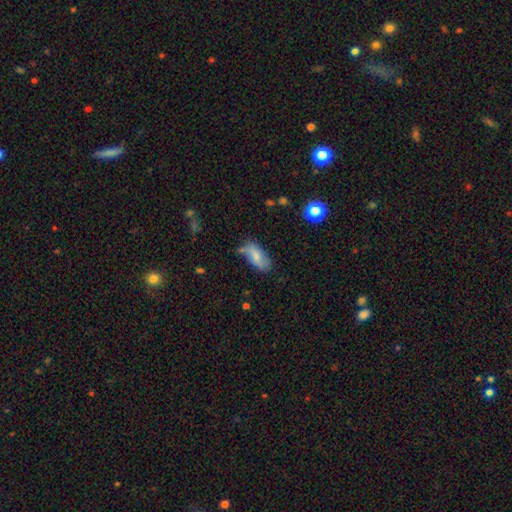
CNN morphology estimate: A smooth galaxy with no disk features (70%) that is in between round and cigar-shaped (89%).

Vote fractions:
- Smooth or featured? smooth: 70% / featured or disk: 22% / star or artifact: 8%
- How rounded? in between: 89% / cigar-shaped: 9% / round: 3%
- Merging? none: 52% / minor disturbance: 32% / major disturbance: 10% / merger: 6%